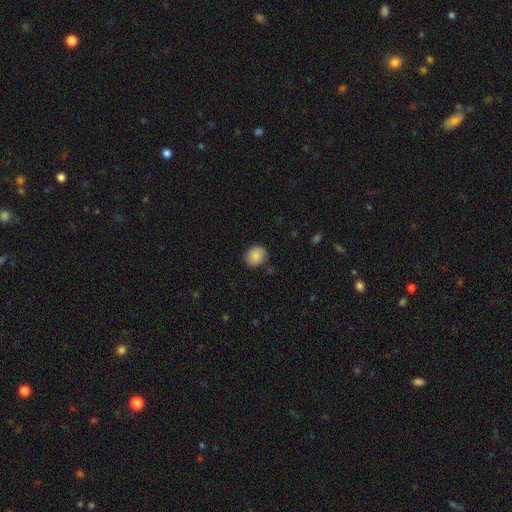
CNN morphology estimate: type=smooth (85%); roundness=round (62%); merging=none (83%).